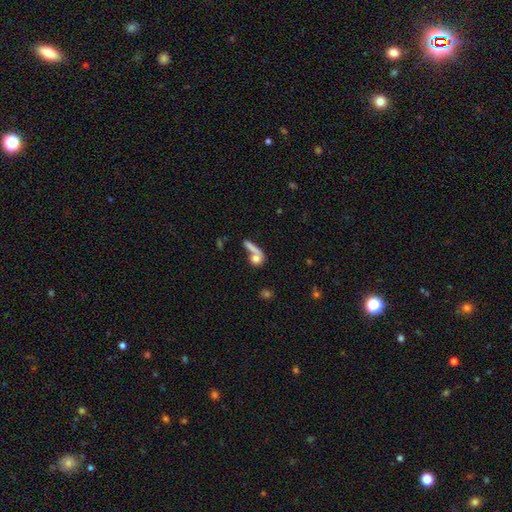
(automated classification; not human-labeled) This is likely a smooth galaxy (71%). How rounded: marginally round (41%). Merging: marginally none (42%).